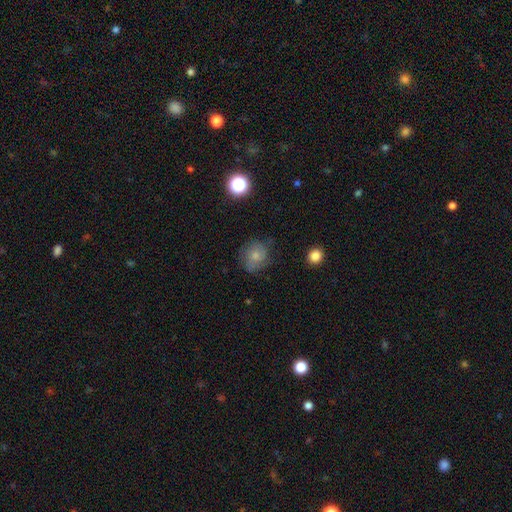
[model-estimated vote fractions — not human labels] Smooth or featured? smooth (73%)
How rounded? round (65%)
Merging? none (64%)